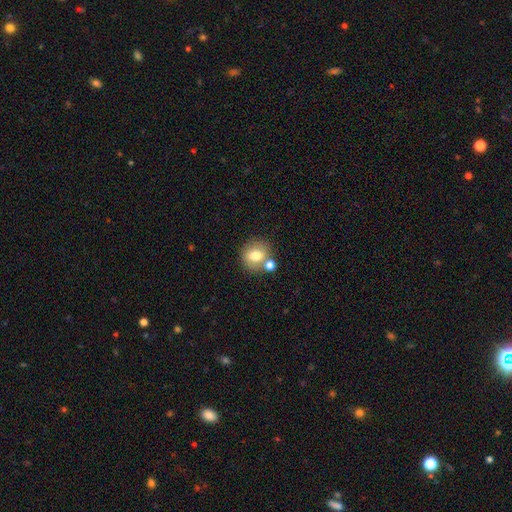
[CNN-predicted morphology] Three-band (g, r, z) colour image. It shows a smooth galaxy with no disk features (72%) that is round (77%). Merging: none (62%).